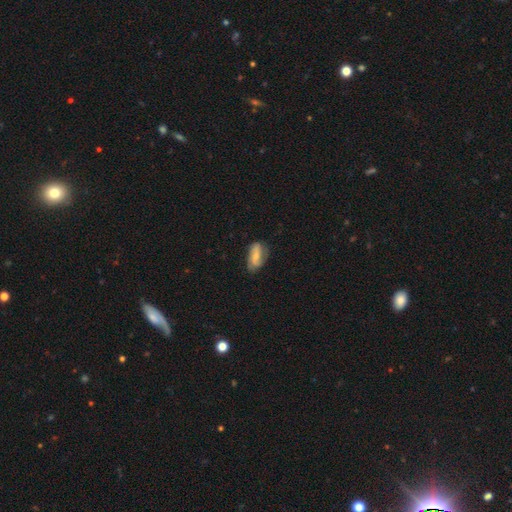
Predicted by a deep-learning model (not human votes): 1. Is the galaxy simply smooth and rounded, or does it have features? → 47% smooth, 46% featured or disk, 7% star or artifact.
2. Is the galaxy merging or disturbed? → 66% none, 26% minor disturbance, 7% major disturbance, 2% merger.